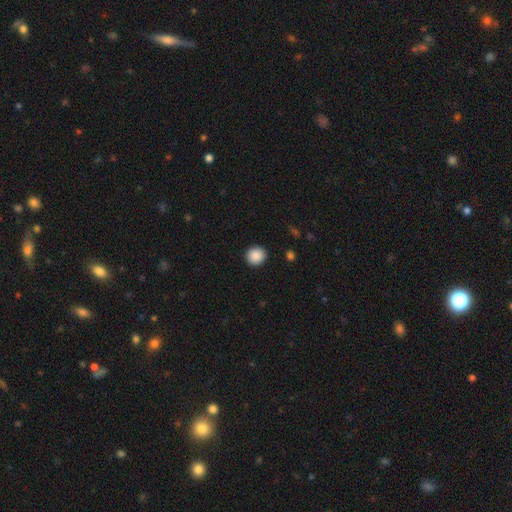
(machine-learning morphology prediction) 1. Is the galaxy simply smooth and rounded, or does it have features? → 89% smooth, 8% star or artifact, 3% featured or disk.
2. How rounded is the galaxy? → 90% round, 9% in between, 1% cigar-shaped.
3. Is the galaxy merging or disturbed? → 92% none, 5% minor disturbance, 2% major disturbance, 1% merger.